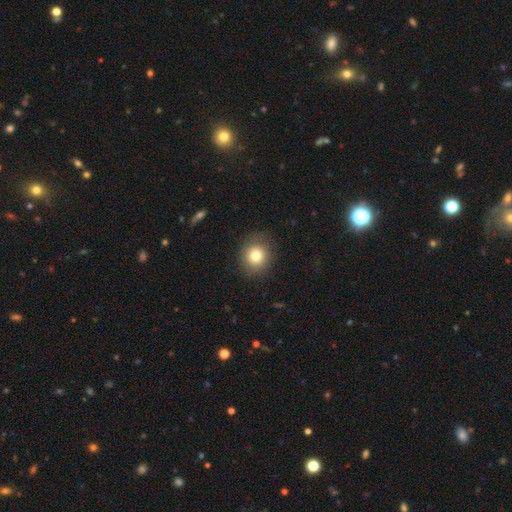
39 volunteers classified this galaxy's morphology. smooth-or-featured: smooth: 82% | star or artifact: 10% | featured or disk: 8%
  how-rounded: round: 84% | in between: 16% | cigar-shaped: 0%
  merging: none: 91% | minor disturbance: 9% | major disturbance: 0% | merger: 0%